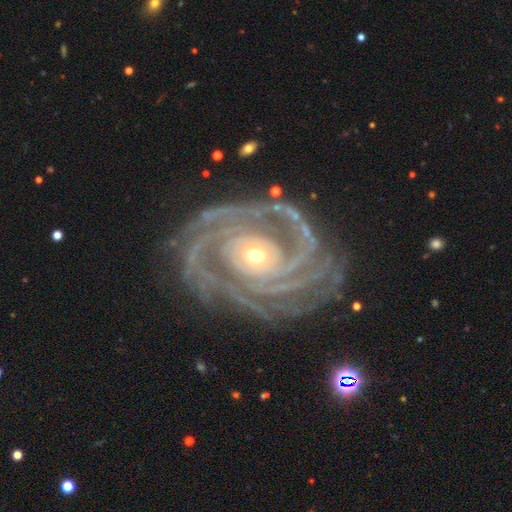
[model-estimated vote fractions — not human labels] Smooth or featured?
  - featured or disk: 93% *
  - star or artifact: 4%
  - smooth: 2%
Edge-on disk?
  - no: 97% *
  - yes: 3%
Bar?
  - no: 71% *
  - weak: 17%
  - strong: 11%
Spiral arms?
  - yes: 99% *
  - no: 1%
Spiral winding?
  - tight: 78% *
  - medium: 19%
  - loose: 3%
Spiral arm count?
  - 3: 27% *
  - 4: 22%
  - 2: 16%
  - more than 4: 14%
  - can't tell: 12%
  - 1: 8%
Bulge size?
  - moderate: 52% *
  - small: 44%
  - large: 3%
  - dominant: 1%
  - none: 1%
Merging?
  - none: 78% *
  - minor disturbance: 15%
  - major disturbance: 6%
  - merger: 1%